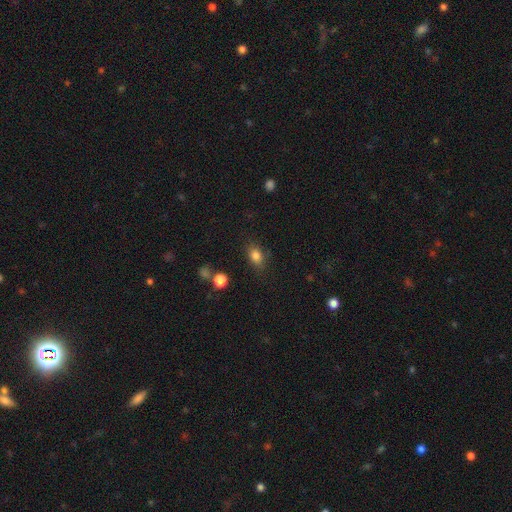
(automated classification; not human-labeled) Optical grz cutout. It shows a smooth galaxy with no disk features (82%) that is in between round and cigar-shaped (75%). Merging: none (78%).